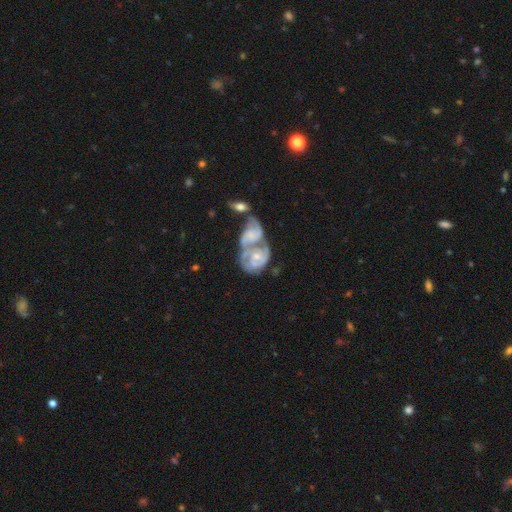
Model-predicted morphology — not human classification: A featured or disk galaxy (77%) with no bar (70%), 2 (39%) tight (49%) spiral arms (84%) and a small central bulge (45%).

Vote fractions:
- Smooth or featured? featured or disk: 77% / smooth: 16% / star or artifact: 7%
- Edge-on disk? no: 97% / yes: 3%
- Bar? no: 70% / weak: 24% / strong: 6%
- Spiral arms? yes: 84% / no: 16%
- Spiral winding? tight: 49% / medium: 37% / loose: 14%
- Spiral arm count? 2: 39% / can't tell: 29% / 3: 17% / 1: 7% / 4: 4% / more than 4: 4%
- Bulge size? small: 45% / moderate: 43% / none: 7% / large: 4% / dominant: 1%
- Merging? merger: 70% / none: 15% / major disturbance: 8% / minor disturbance: 7%